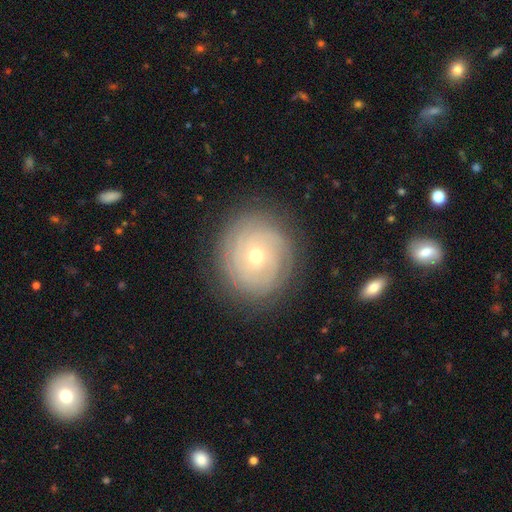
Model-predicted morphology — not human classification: featured or disk 72%, smooth 20%, star or artifact 8%. Down the decision tree: edge-on disk — no (97%); bar — no (81%); spiral arms — yes (88%); spiral arm count — can't tell (44%); spiral winding — tight (84%); bulge size — small (54%); merging — none (84%).